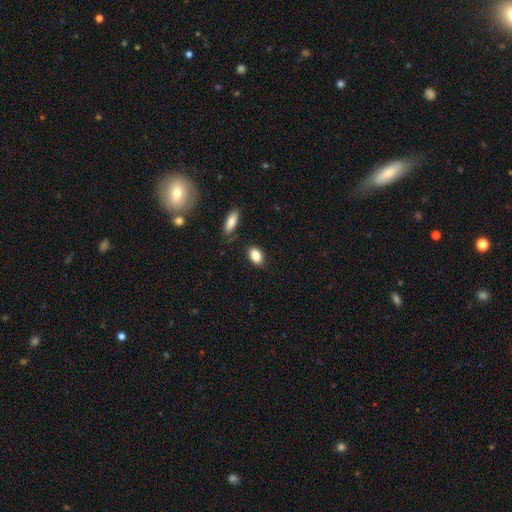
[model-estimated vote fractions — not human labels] Q: Smooth or featured?
A: smooth (85%); runner-up: star or artifact (8%)
Q: How rounded?
A: in between (86%); runner-up: round (11%)
Q: Merging?
A: none (85%); runner-up: minor disturbance (10%)